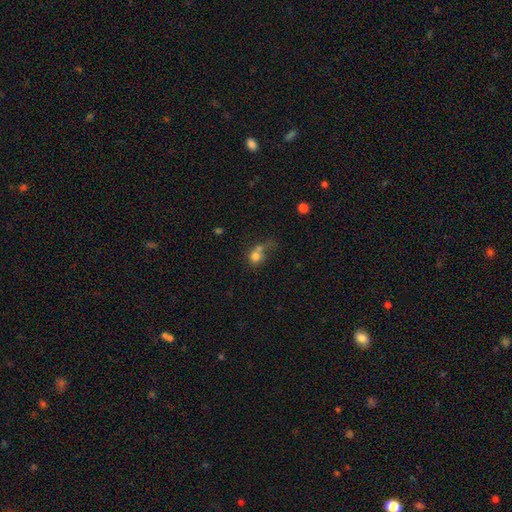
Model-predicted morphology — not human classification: The model was most divided on "merging": merger: 49%, none: 25%, major disturbance: 15%, minor disturbance: 11%. More confident: smooth or featured — smooth (74%); how rounded — round (72%).